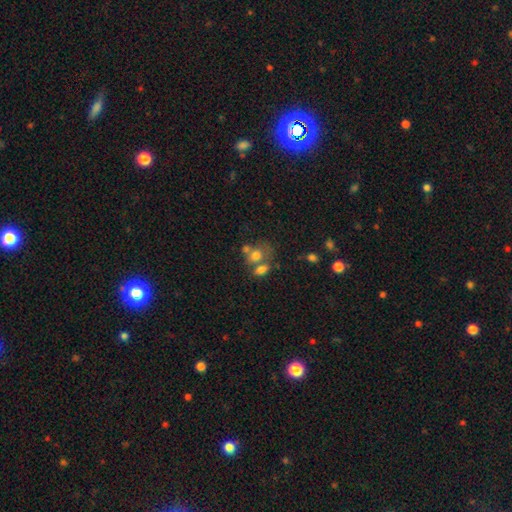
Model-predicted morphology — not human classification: type=smooth (70%); roundness=in between (60%); merging=merger (50%).